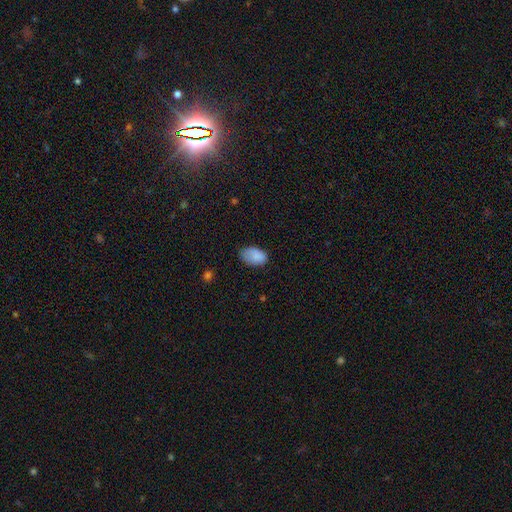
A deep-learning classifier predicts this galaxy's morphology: Q: Smooth or featured?
A: smooth (86%); runner-up: star or artifact (8%)
Q: How rounded?
A: in between (91%); runner-up: round (8%)
Q: Merging?
A: none (64%); runner-up: minor disturbance (28%)